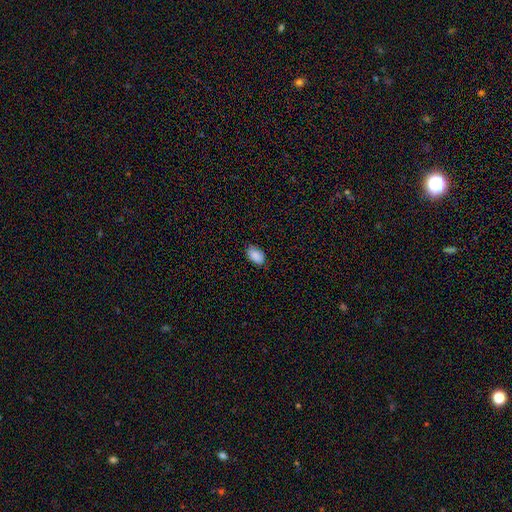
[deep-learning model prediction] This is clearly a smooth galaxy (89%). How rounded: clearly in between (93%). Merging: clearly none (83%).